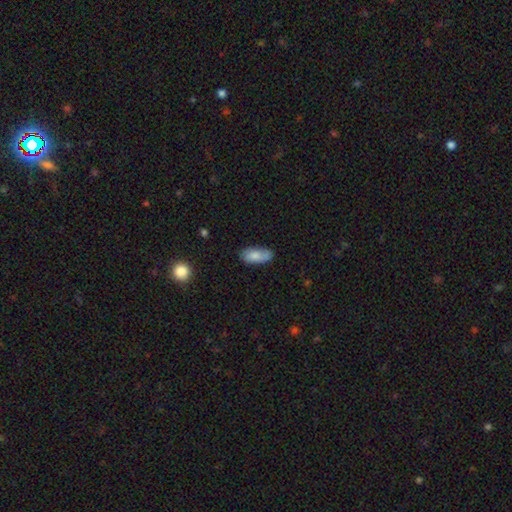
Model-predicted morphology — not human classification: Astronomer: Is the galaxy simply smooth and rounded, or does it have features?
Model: smooth — 78%.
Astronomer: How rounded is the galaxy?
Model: in between — 87%.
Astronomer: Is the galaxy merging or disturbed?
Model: none — 62%.